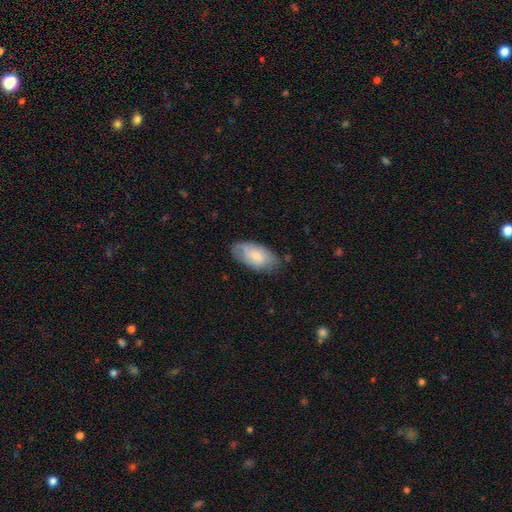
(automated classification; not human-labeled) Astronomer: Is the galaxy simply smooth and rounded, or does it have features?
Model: smooth — 61%.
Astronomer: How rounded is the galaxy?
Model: in between — 93%.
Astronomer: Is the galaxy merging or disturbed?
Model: none — 71%.